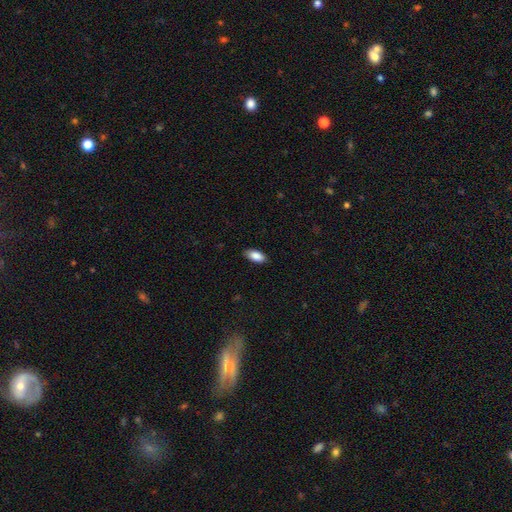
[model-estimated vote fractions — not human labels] A smooth galaxy with no disk features (87%) that is in between round and cigar-shaped (91%).

Vote fractions:
- Smooth or featured? smooth: 87% / star or artifact: 7% / featured or disk: 6%
- How rounded? in between: 91% / cigar-shaped: 7% / round: 2%
- Merging? none: 87% / minor disturbance: 11% / major disturbance: 2% / merger: 1%